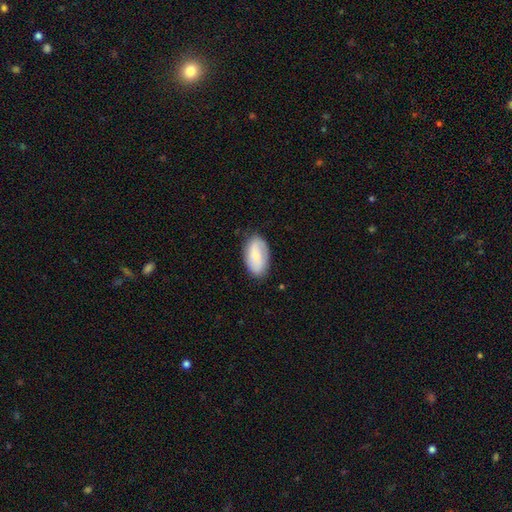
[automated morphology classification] This appears to be a smooth galaxy with no disk features (54%) that is in between round and cigar-shaped (93%). Merging: none (76%).